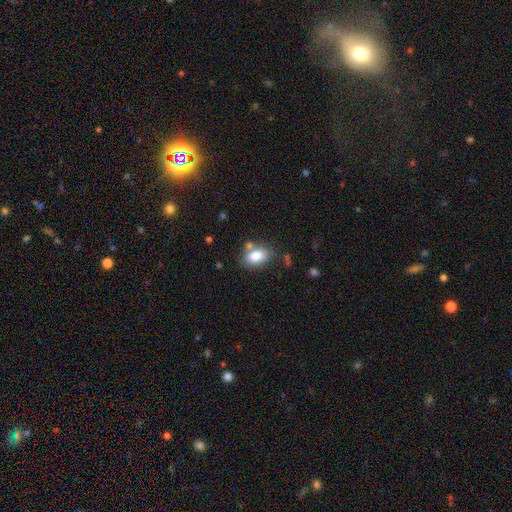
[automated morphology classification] Q: Smooth or featured?
A: smooth (82%); runner-up: featured or disk (10%)
Q: How rounded?
A: in between (86%); runner-up: round (12%)
Q: Merging?
A: none (68%); runner-up: minor disturbance (16%)